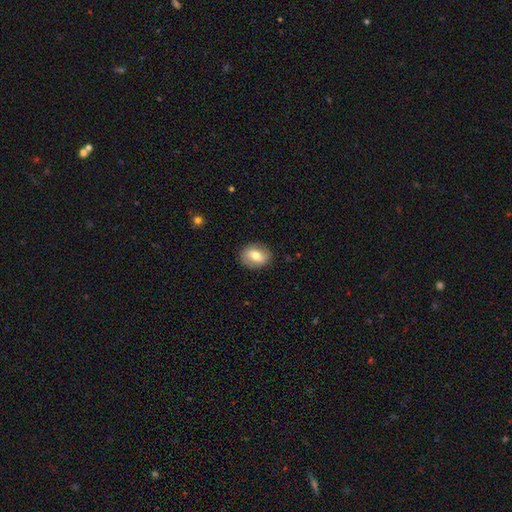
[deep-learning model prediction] Smooth or featured? Predicted: smooth (p=0.66). How rounded? Predicted: in between (p=0.55). Merging? Predicted: none (p=0.86).